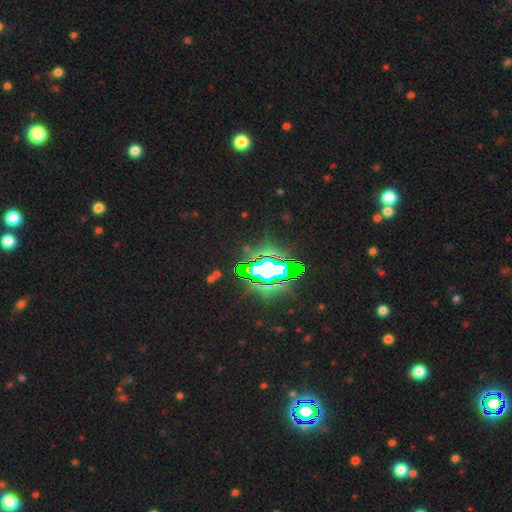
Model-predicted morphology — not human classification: star or artifact 83%, smooth 8%, featured or disk 8%.